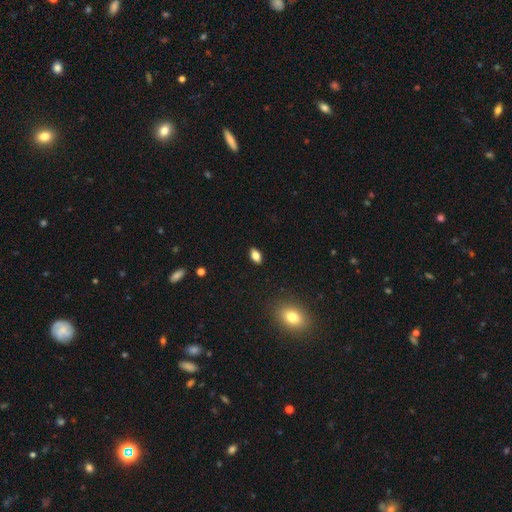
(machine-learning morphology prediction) smooth_or_featured: smooth (p=0.79) [alt: featured or disk p=0.11]
how_rounded: in between (p=0.88) [alt: round p=0.07]
merging: none (p=0.88) [alt: minor disturbance p=0.08]